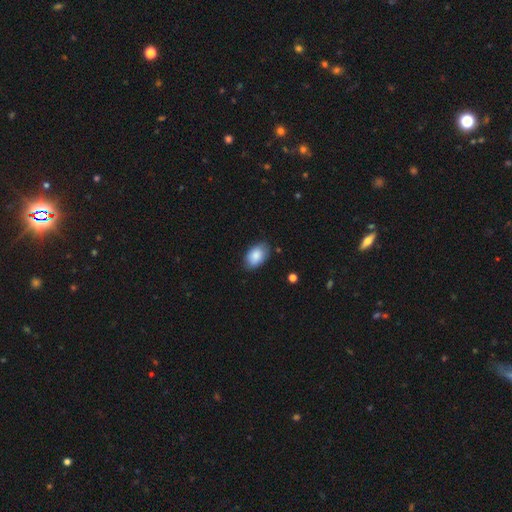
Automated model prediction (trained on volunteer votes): Smooth or featured? Predicted: smooth (p=0.86). How rounded? Predicted: in between (p=0.91). Merging? Predicted: none (p=0.80).